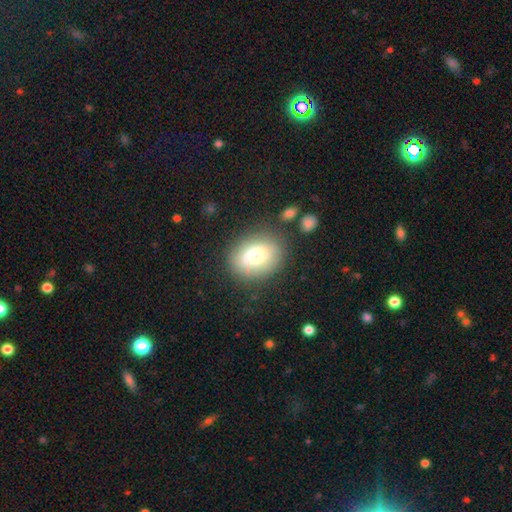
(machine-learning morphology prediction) smooth 70%, featured or disk 20%, star or artifact 10%. Down the decision tree: how rounded — in between (54%); merging — none (77%).